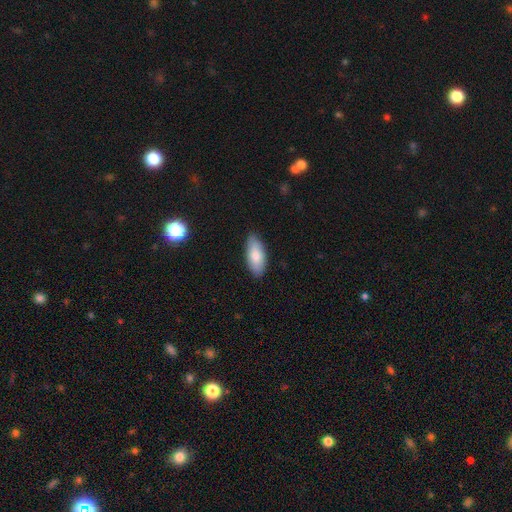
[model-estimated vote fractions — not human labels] smooth 80%, featured or disk 14%, star or artifact 6%. Down the decision tree: how rounded — in between (86%); merging — none (84%).